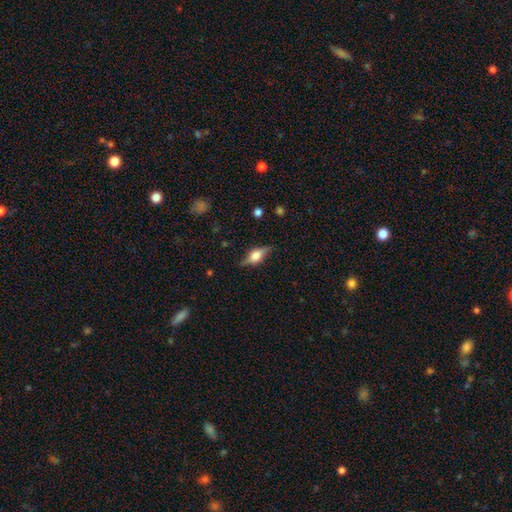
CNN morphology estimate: The model was most divided on "smooth or featured": featured or disk: 56%, smooth: 37%, star or artifact: 8%. More confident: edge-on disk — yes (92%); edge-on bulge — rounded (90%); merging — none (80%).